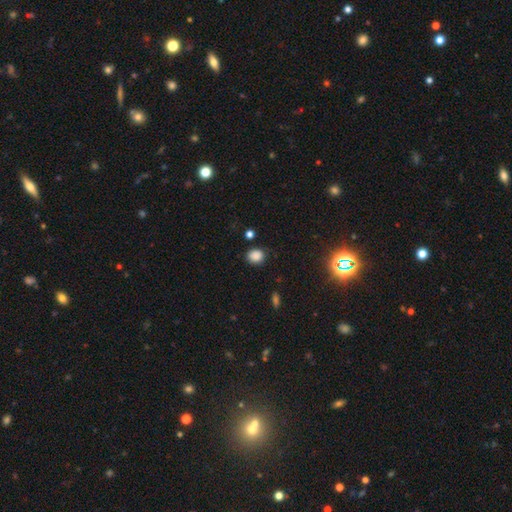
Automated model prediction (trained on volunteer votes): Smooth or featured? smooth (85%)
How rounded? round (65%)
Merging? none (82%)